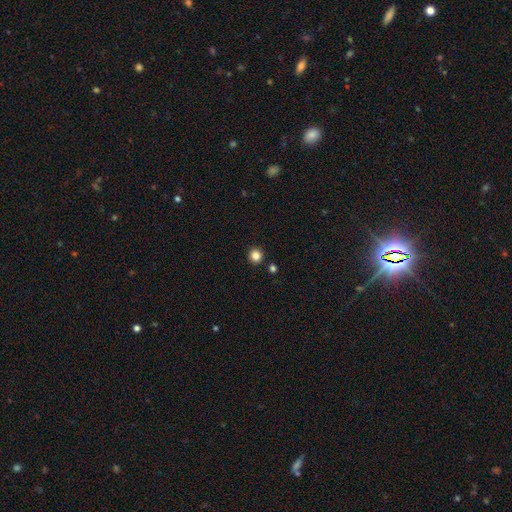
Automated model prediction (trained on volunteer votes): smooth-or-featured: smooth: 84% | star or artifact: 12% | featured or disk: 4%
  how-rounded: round: 94% | in between: 5% | cigar-shaped: 1%
  merging: none: 91% | minor disturbance: 5% | merger: 3% | major disturbance: 2%